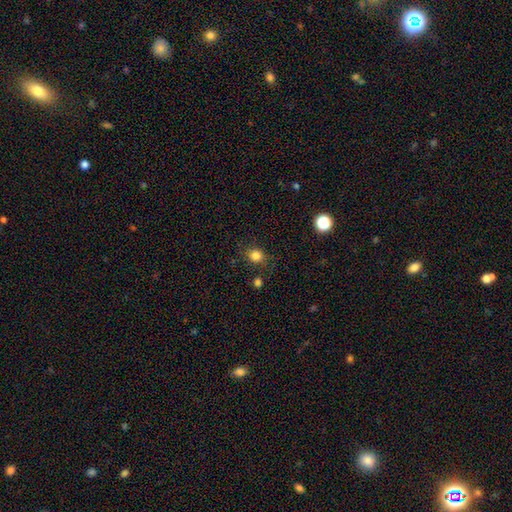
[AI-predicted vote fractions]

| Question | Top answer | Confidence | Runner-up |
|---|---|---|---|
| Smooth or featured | smooth | 83% | star or artifact (12%) |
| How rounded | round | 74% | in between (25%) |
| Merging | none | 81% | minor disturbance (12%) |